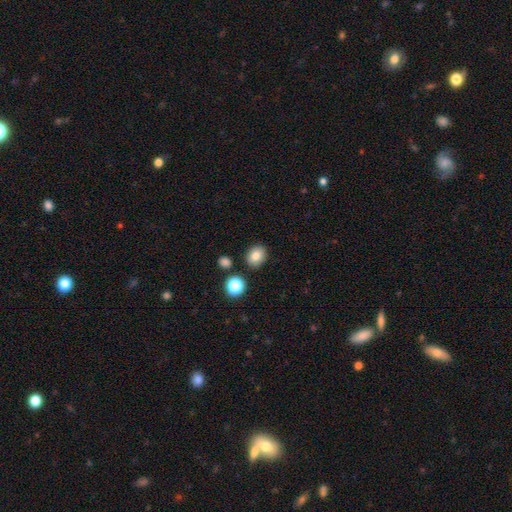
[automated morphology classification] A smooth galaxy with no disk features (81%) that is round (61%).

Vote fractions:
- Smooth or featured? smooth: 81% / star or artifact: 12% / featured or disk: 7%
- How rounded? round: 61% / in between: 38% / cigar-shaped: 1%
- Merging? none: 86% / minor disturbance: 8% / merger: 4% / major disturbance: 2%